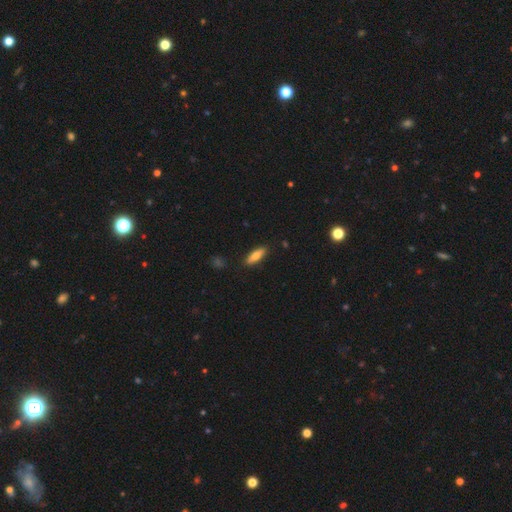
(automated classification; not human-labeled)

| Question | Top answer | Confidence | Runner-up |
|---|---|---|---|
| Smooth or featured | smooth | 76% | featured or disk (18%) |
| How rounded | in between | 54% | cigar-shaped (44%) |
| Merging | none | 87% | minor disturbance (9%) |